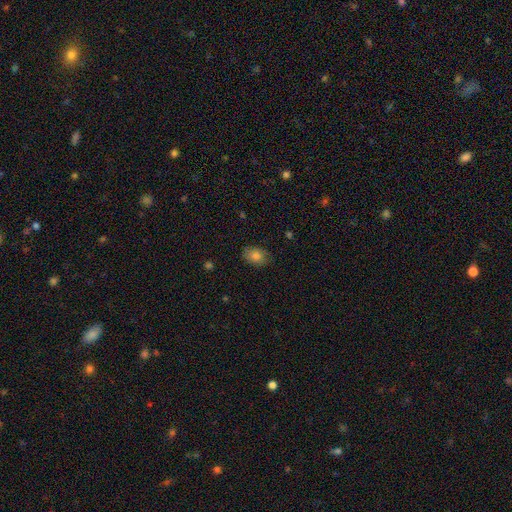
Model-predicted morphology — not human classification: smooth_or_featured: smooth (p=0.82) [alt: featured or disk p=0.10]
how_rounded: in between (p=0.80) [alt: round p=0.19]
merging: none (p=0.82) [alt: minor disturbance p=0.14]